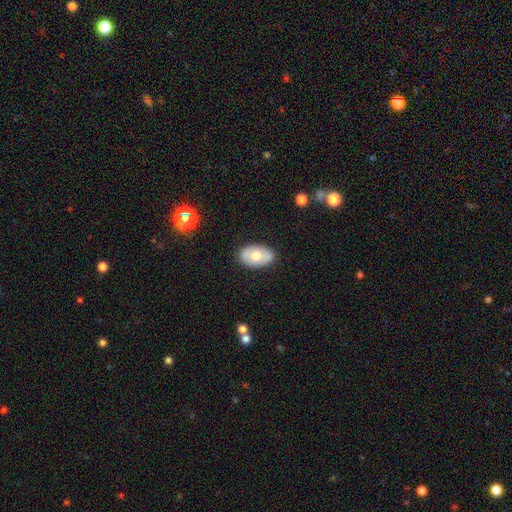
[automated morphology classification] Overall: smooth (65%; featured or disk 28%). How rounded: in between (90%). Merging: none (84%).